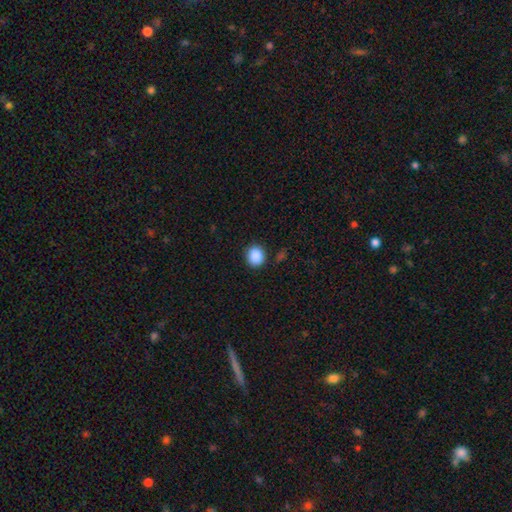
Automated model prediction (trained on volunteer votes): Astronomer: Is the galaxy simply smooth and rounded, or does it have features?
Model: smooth — 88%.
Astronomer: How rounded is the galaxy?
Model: round — 75%.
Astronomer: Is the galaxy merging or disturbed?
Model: none — 85%.